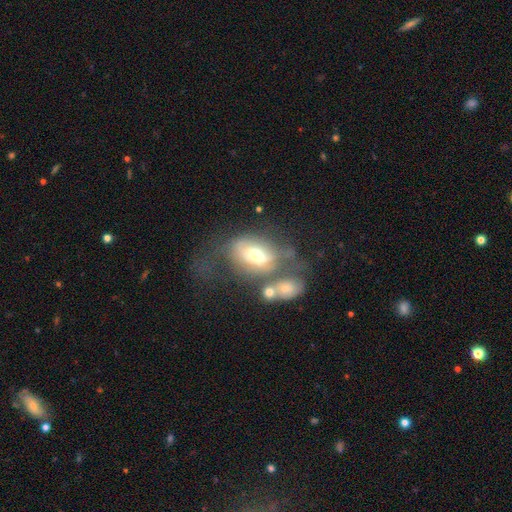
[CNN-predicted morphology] type=smooth (50%); merging=merger (33%).